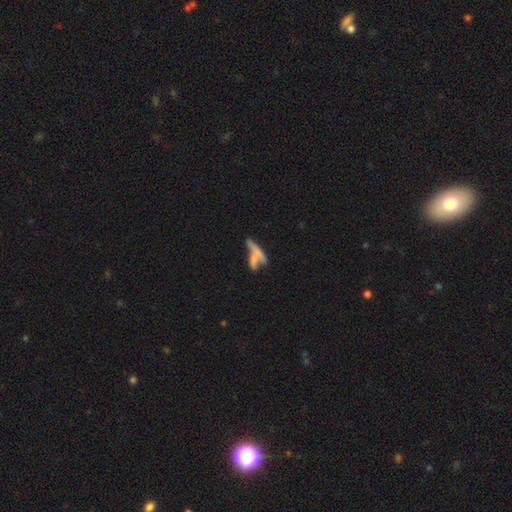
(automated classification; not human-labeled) smooth_or_featured: smooth (p=0.53) [alt: featured or disk p=0.35]
how_rounded: cigar-shaped (p=0.62) [alt: in between p=0.31]
merging: merger (p=0.52) [alt: none p=0.26]